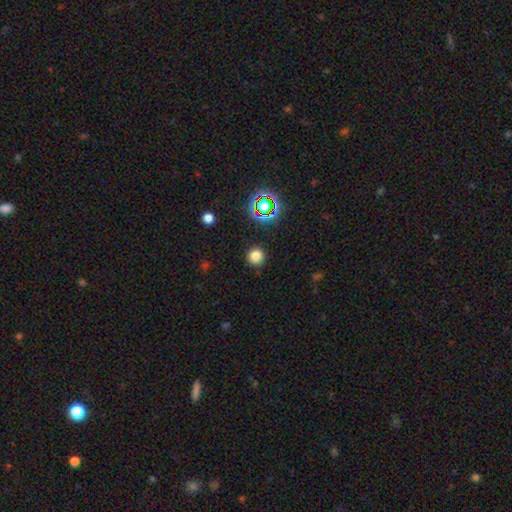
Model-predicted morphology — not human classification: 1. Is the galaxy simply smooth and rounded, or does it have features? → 78% smooth, 17% star or artifact, 5% featured or disk.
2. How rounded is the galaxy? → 94% round, 5% in between, 1% cigar-shaped.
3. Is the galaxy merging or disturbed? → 90% none, 6% minor disturbance, 2% major disturbance, 1% merger.